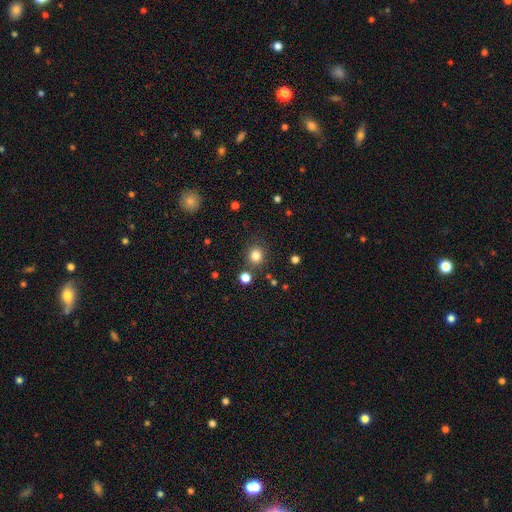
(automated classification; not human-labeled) The model was most divided on "smooth or featured": smooth: 81%, star or artifact: 14%, featured or disk: 5%. More confident: how rounded — round (84%); merging — none (83%).